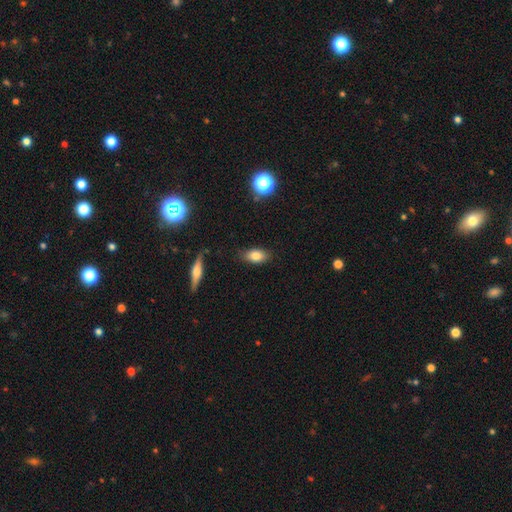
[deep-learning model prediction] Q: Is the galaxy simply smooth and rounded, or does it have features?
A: smooth — 80%.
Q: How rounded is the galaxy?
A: in between — 87%.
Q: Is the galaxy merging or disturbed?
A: none — 83%.